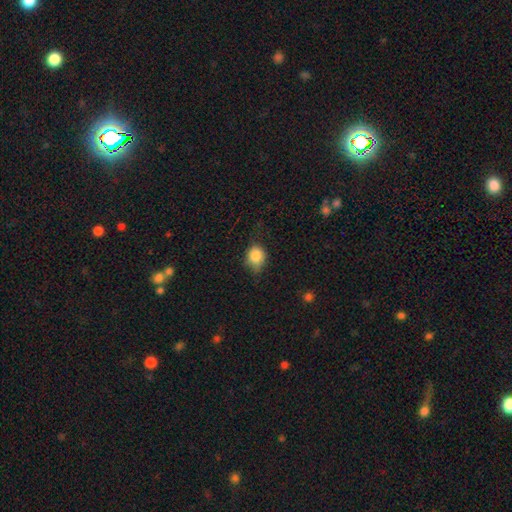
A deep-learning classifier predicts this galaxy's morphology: A smooth galaxy with no disk features (84%) that is round (60%).

Vote fractions:
- Smooth or featured? smooth: 84% / star or artifact: 9% / featured or disk: 7%
- How rounded? round: 60% / in between: 39% / cigar-shaped: 1%
- Merging? none: 56% / minor disturbance: 35% / major disturbance: 8% / merger: 1%